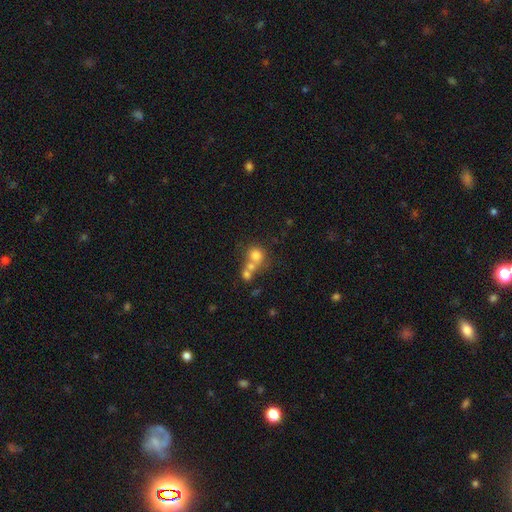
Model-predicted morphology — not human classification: Smooth or featured?
  - smooth: 70% *
  - featured or disk: 17%
  - star or artifact: 13%
How rounded?
  - round: 82% *
  - in between: 17%
  - cigar-shaped: 1%
Merging?
  - merger: 52% *
  - none: 35%
  - minor disturbance: 8%
  - major disturbance: 5%